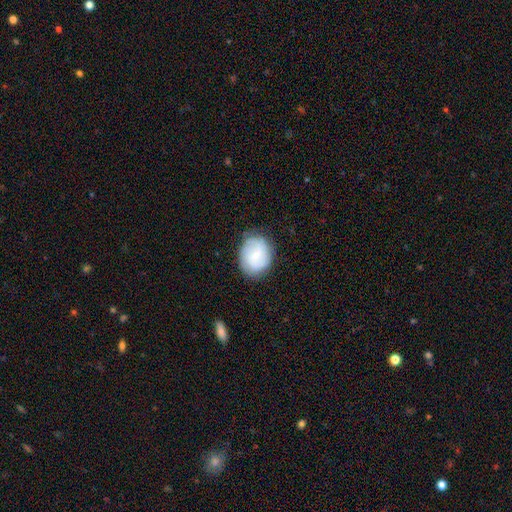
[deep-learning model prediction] Q: Smooth or featured?
A: smooth (50%); runner-up: featured or disk (43%)
Q: Merging?
A: none (75%); runner-up: minor disturbance (19%)